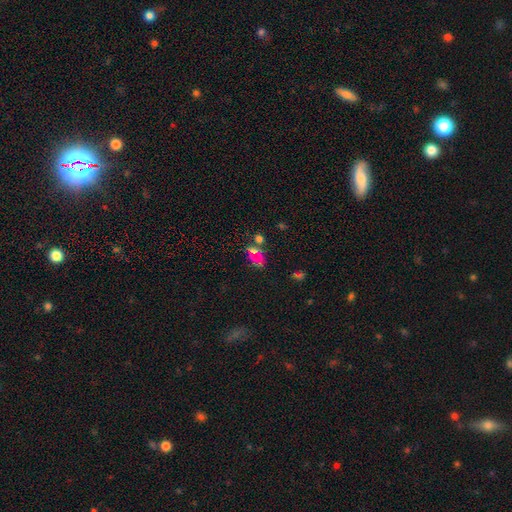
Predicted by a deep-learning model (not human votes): Smooth or featured? Predicted: smooth (p=0.53). How rounded? Predicted: in between (p=0.70). Merging? Predicted: none (p=0.62).